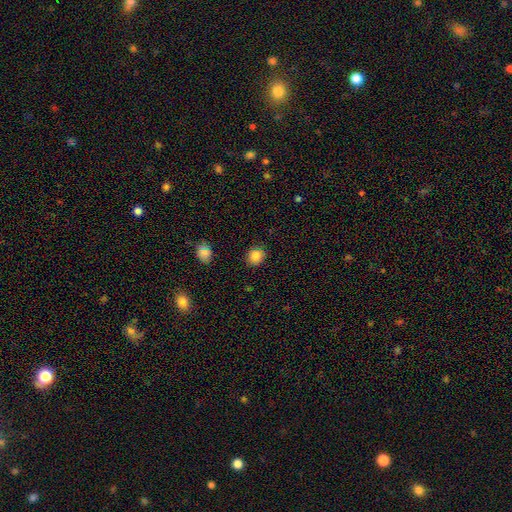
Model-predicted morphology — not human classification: Q: Smooth or featured?
A: smooth (84%); runner-up: star or artifact (12%)
Q: How rounded?
A: round (75%); runner-up: in between (24%)
Q: Merging?
A: none (87%); runner-up: minor disturbance (10%)